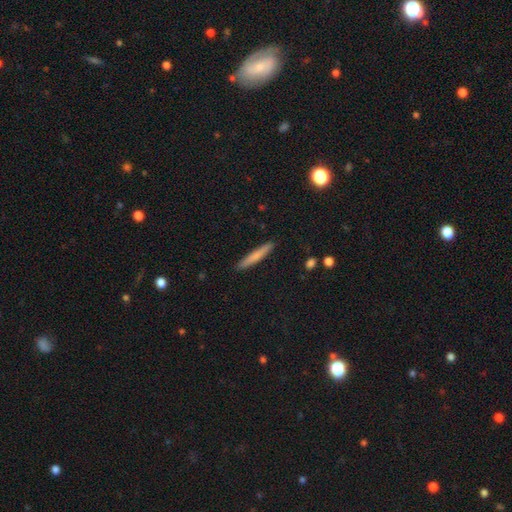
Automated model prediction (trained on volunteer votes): Morphology: type=smooth (72%); roundness=cigar-shaped (95%); merging=none (91%).